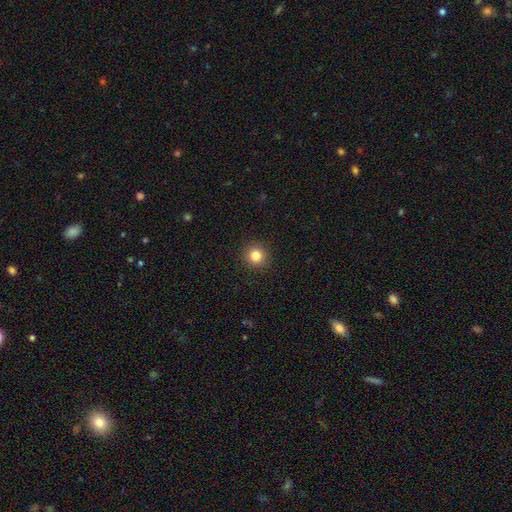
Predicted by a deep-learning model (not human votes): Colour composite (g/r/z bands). It shows a smooth galaxy with no disk features (83%) that is round (94%). Merging: none (92%).